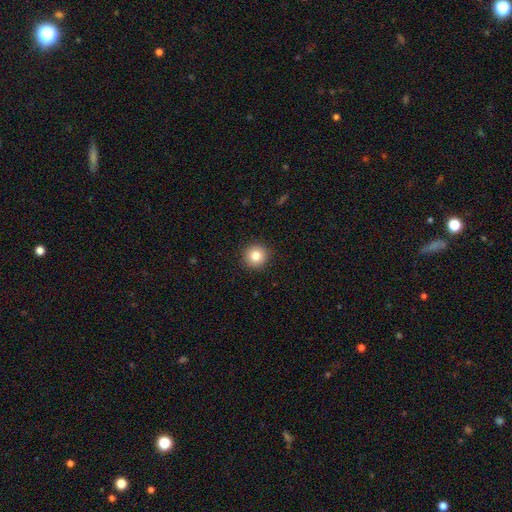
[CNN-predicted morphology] smooth_or_featured: smooth (p=0.82) [alt: star or artifact p=0.10]
how_rounded: round (p=0.95) [alt: in between p=0.04]
merging: none (p=0.92) [alt: minor disturbance p=0.05]